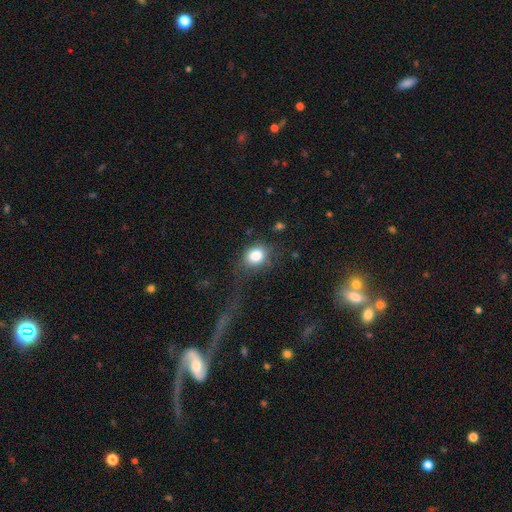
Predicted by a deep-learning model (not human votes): smooth 81%, star or artifact 10%, featured or disk 9%. Down the decision tree: how rounded — round (56%); merging — none (47%).